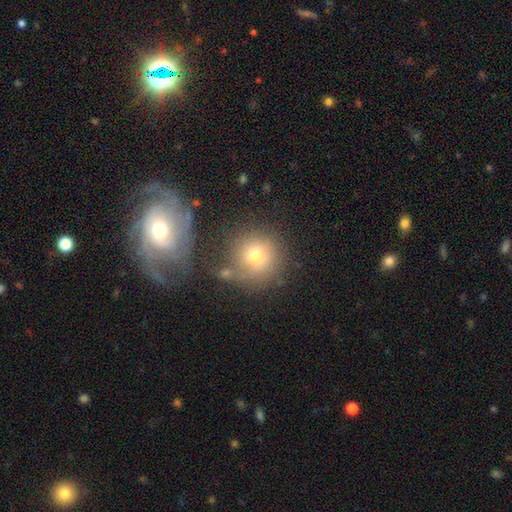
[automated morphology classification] smooth-or-featured: smooth: 69% | featured or disk: 19% | star or artifact: 13%
  how-rounded: round: 89% | in between: 10% | cigar-shaped: 1%
  merging: none: 55% | merger: 23% | minor disturbance: 14% | major disturbance: 8%